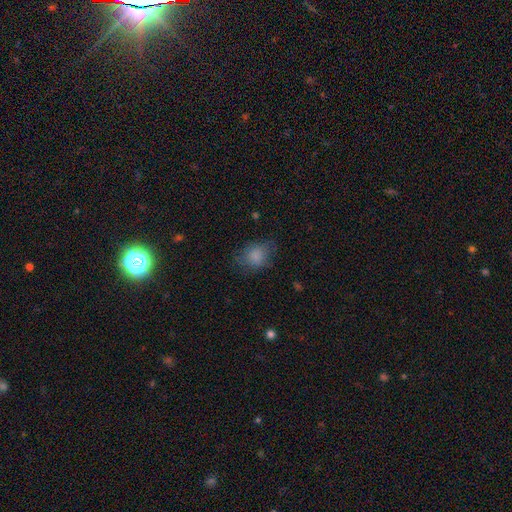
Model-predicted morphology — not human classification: The model was most divided on "how rounded": in between: 50%, round: 49%, cigar-shaped: 1%. More confident: smooth or featured — smooth (81%); merging — none (63%).